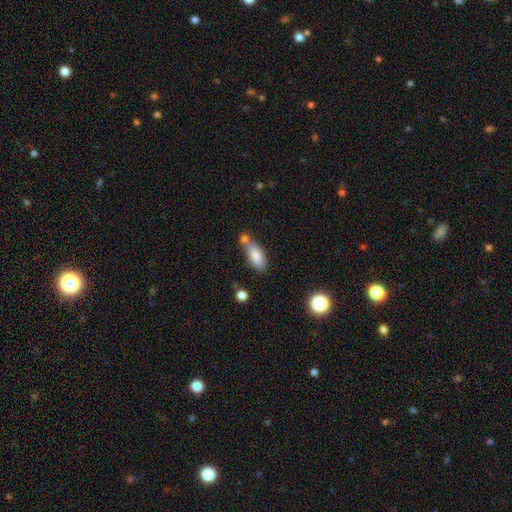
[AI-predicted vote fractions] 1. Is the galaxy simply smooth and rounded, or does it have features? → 82% smooth, 11% featured or disk, 8% star or artifact.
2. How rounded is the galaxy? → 82% in between, 16% cigar-shaped, 3% round.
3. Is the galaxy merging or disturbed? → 49% none, 31% merger, 16% minor disturbance, 5% major disturbance.